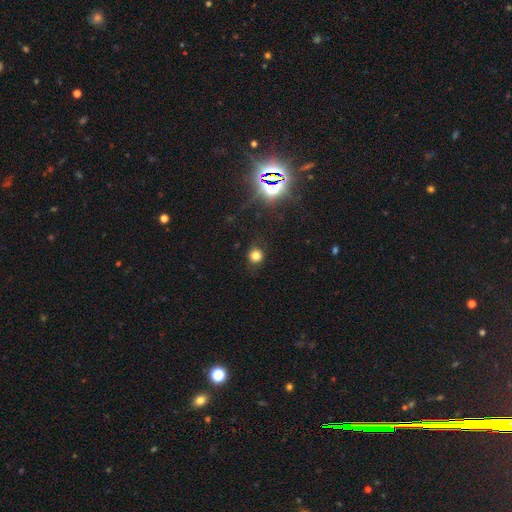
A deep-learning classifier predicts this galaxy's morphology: smooth 76%, star or artifact 19%, featured or disk 6%. Down the decision tree: how rounded — round (90%); merging — none (86%).